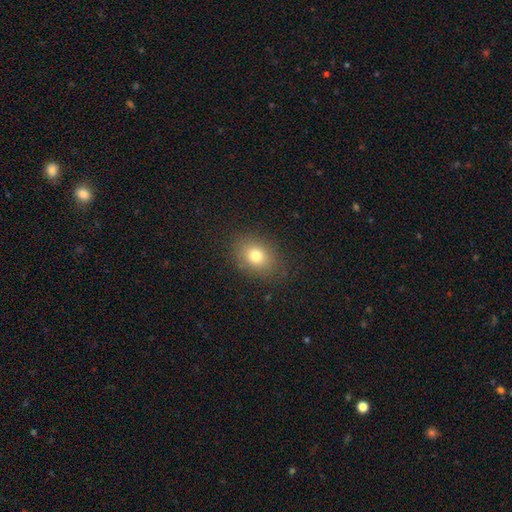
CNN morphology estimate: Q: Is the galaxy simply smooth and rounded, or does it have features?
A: smooth — 77%.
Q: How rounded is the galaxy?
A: in between — 59%.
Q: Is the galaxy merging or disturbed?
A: none — 85%.